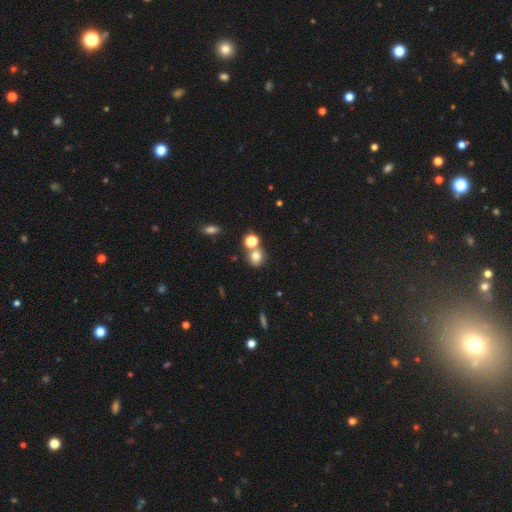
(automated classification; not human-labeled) Smooth or featured?
  - smooth: 75% *
  - star or artifact: 16%
  - featured or disk: 9%
How rounded?
  - round: 73% *
  - in between: 26%
  - cigar-shaped: 1%
Merging?
  - none: 55% *
  - merger: 31%
  - minor disturbance: 10%
  - major disturbance: 4%